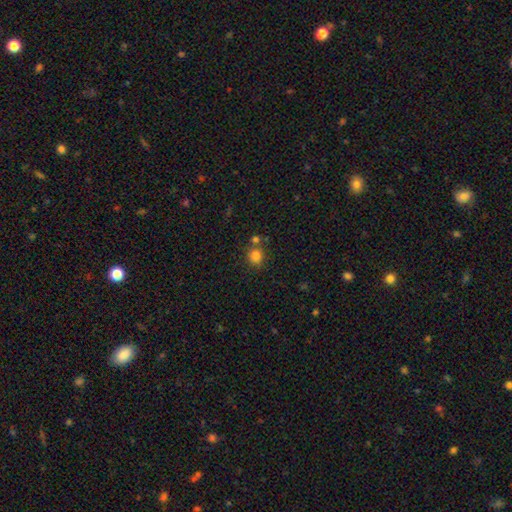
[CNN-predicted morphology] This is clearly a smooth galaxy (83%). How rounded: likely round (80%). Merging: likely none (69%).